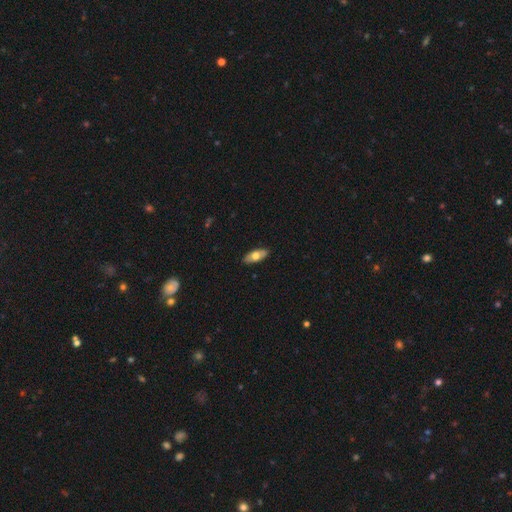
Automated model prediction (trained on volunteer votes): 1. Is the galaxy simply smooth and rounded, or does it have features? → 64% smooth, 30% featured or disk, 6% star or artifact.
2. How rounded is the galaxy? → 81% in between, 16% cigar-shaped, 3% round.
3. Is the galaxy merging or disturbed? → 89% none, 8% minor disturbance, 2% major disturbance, 1% merger.